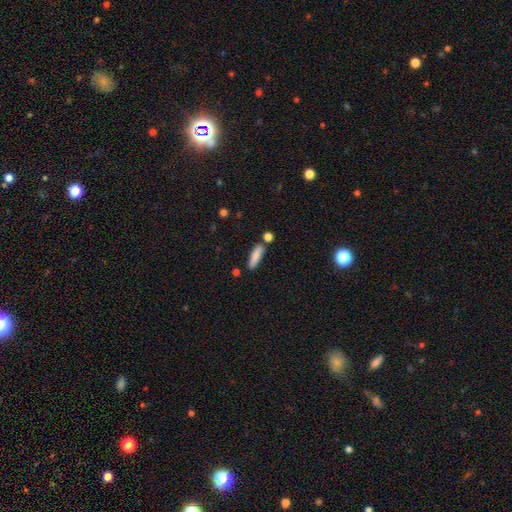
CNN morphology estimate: Smooth or featured: smooth — 81% (featured or disk — 12%)
How rounded: cigar-shaped — 65% (in between — 33%)
Merging: none — 75% (minor disturbance — 13%)